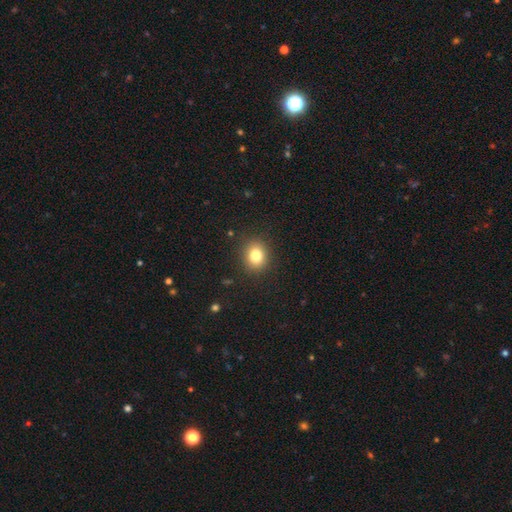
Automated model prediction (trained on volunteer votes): Smooth or featured: smooth — 81% (star or artifact — 11%)
How rounded: round — 64% (in between — 35%)
Merging: none — 88% (minor disturbance — 8%)